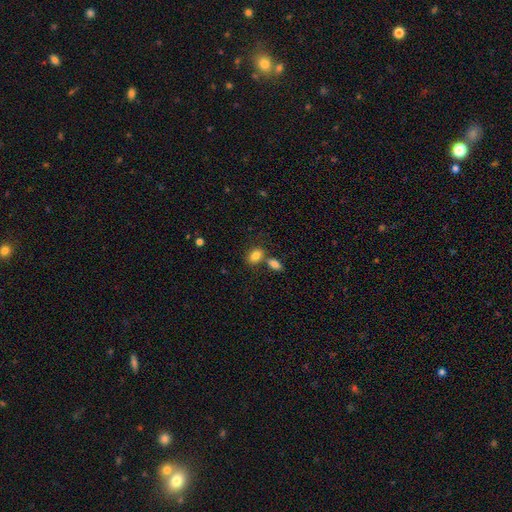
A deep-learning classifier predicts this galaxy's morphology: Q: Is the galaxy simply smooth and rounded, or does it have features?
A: smooth — 83%.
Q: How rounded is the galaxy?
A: in between — 79%.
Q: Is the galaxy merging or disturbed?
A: none — 59%.